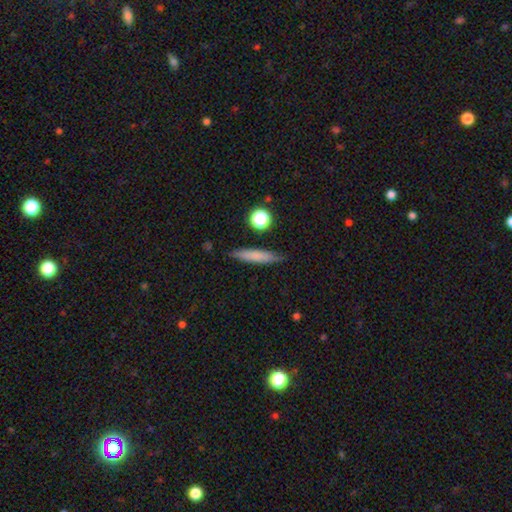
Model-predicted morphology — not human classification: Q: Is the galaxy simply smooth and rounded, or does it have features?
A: smooth — 73%.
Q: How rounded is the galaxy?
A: cigar-shaped — 86%.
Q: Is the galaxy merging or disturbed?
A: none — 85%.